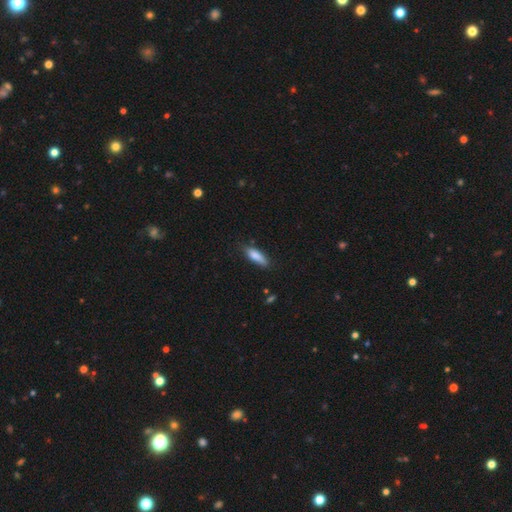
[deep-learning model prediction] Q: Smooth or featured?
A: smooth (84%); runner-up: featured or disk (9%)
Q: How rounded?
A: in between (52%); runner-up: cigar-shaped (46%)
Q: Merging?
A: none (71%); runner-up: minor disturbance (23%)